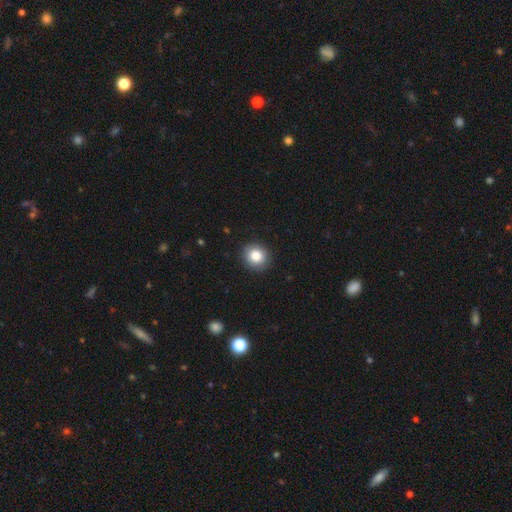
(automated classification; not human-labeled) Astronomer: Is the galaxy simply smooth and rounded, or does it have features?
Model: smooth — 84%.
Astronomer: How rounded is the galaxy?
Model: round — 84%.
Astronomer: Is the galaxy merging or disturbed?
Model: none — 90%.